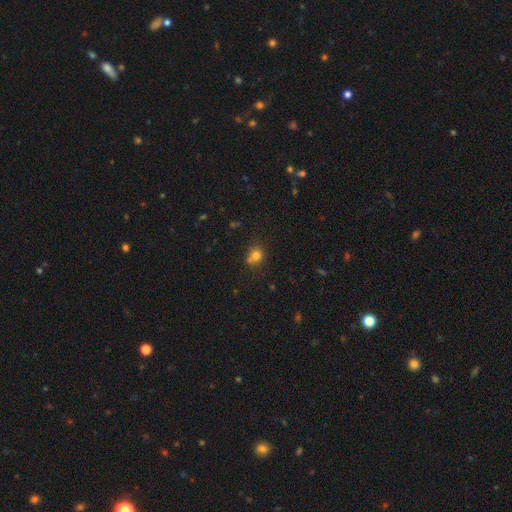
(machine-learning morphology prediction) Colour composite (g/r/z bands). It shows a smooth galaxy with no disk features (76%) that is round (82%). Merging: none (59%).